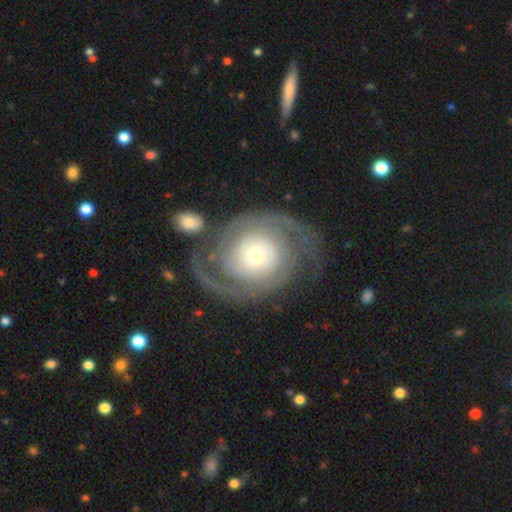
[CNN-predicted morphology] Smooth or featured? Predicted: featured or disk (p=0.82). Edge-on disk? Predicted: no (p=0.97). Bar? Predicted: no (p=0.82). Spiral arms? Predicted: yes (p=0.88). Spiral winding? Predicted: tight (p=0.58). Spiral arm count? Predicted: 2 (p=0.64). Bulge size? Predicted: small (p=0.50). Merging? Predicted: none (p=0.63).